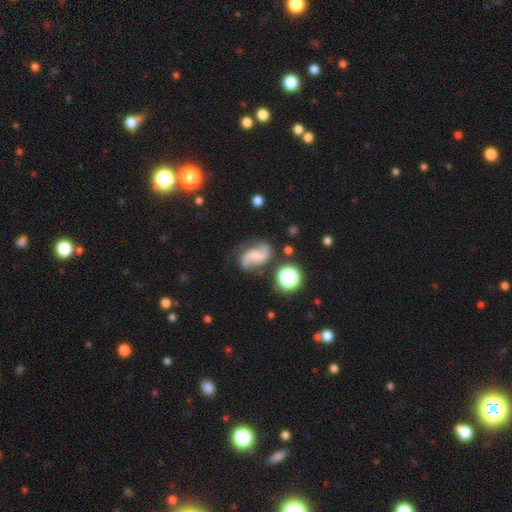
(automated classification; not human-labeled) The model was most divided on "bar": no: 46%, weak: 41%, strong: 13%. Remaining: edge-on disk — no (98%); spiral arms — yes (97%); spiral arm count — 2 (92%); smooth or featured — featured or disk (82%); merging — none (70%); spiral winding — loose (52%); bulge size — none (44%).